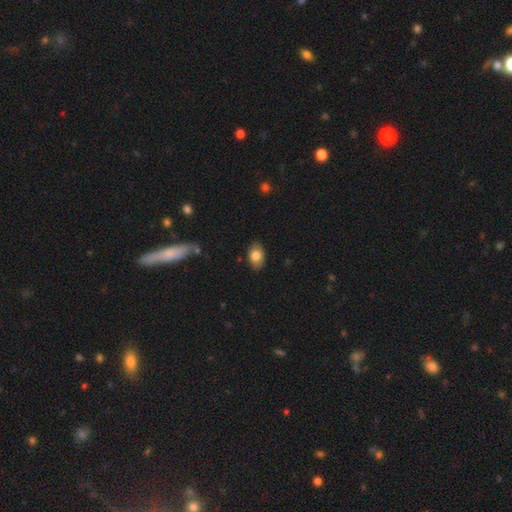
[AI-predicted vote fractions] The model was most divided on "smooth or featured": smooth: 81%, featured or disk: 11%, star or artifact: 7%. More confident: how rounded — in between (88%); merging — none (85%).